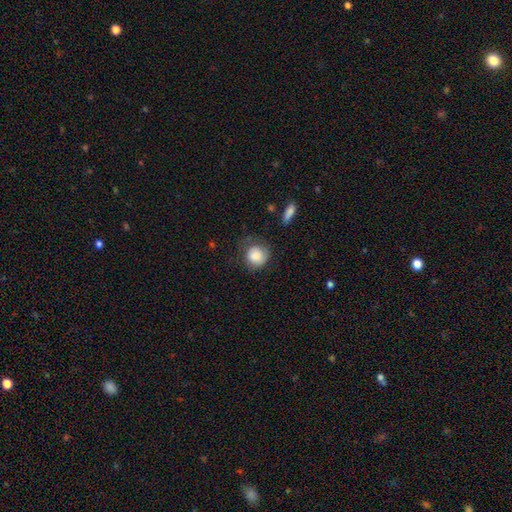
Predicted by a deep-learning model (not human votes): Morphology: type=smooth (83%); roundness=round (84%); merging=none (59%).